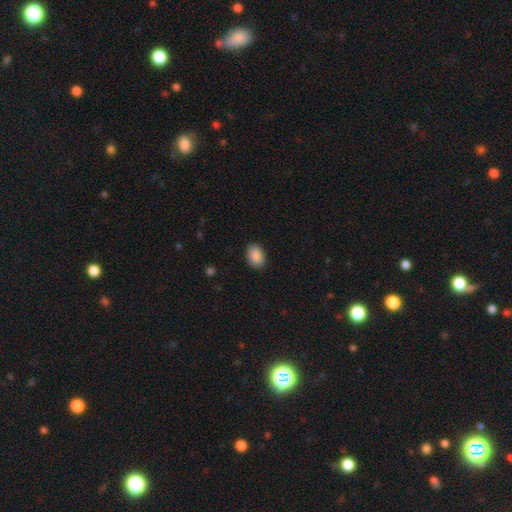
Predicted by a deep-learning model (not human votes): Smooth or featured? Predicted: smooth (p=0.90). How rounded? Predicted: in between (p=0.84). Merging? Predicted: none (p=0.86).